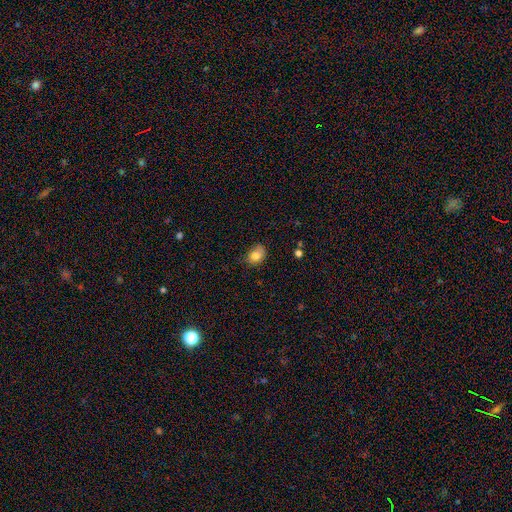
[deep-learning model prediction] smooth_or_featured: smooth (p=0.80) [alt: featured or disk p=0.10]
how_rounded: in between (p=0.60) [alt: round p=0.39]
merging: none (p=0.58) [alt: minor disturbance p=0.32]